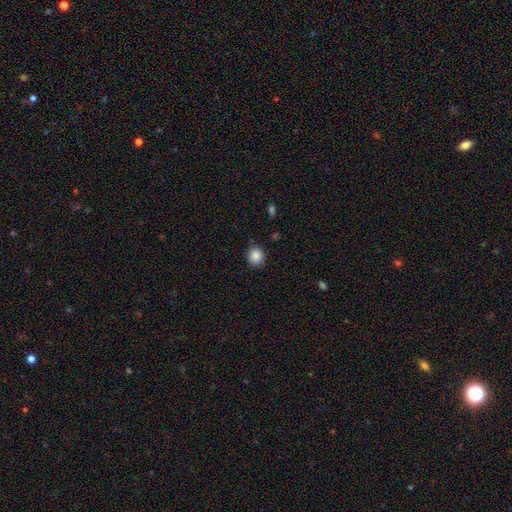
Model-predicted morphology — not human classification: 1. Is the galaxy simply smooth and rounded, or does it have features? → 87% smooth, 9% star or artifact, 4% featured or disk.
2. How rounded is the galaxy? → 83% round, 16% in between, 1% cigar-shaped.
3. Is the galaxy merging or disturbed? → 87% none, 10% minor disturbance, 2% major disturbance, 2% merger.